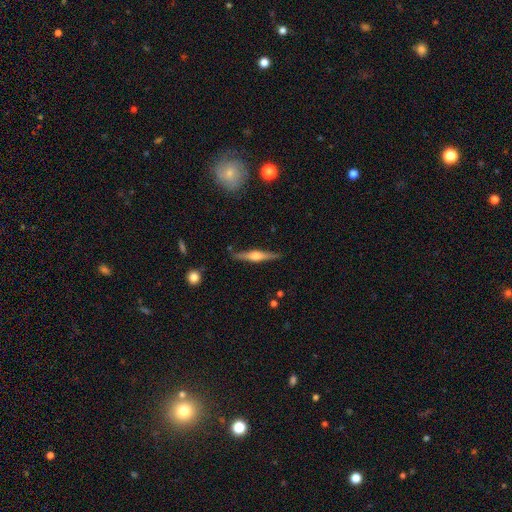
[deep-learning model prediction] A featured or disk galaxy (72%) viewed edge-on (97%) with a rounded central bulge (90%). Merging: none (87%).